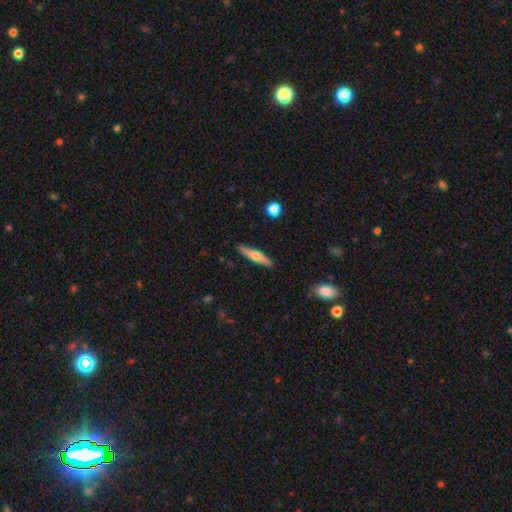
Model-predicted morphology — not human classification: smooth_or_featured: featured or disk (p=0.50) [alt: smooth p=0.45]
merging: none (p=0.89) [alt: minor disturbance p=0.08]